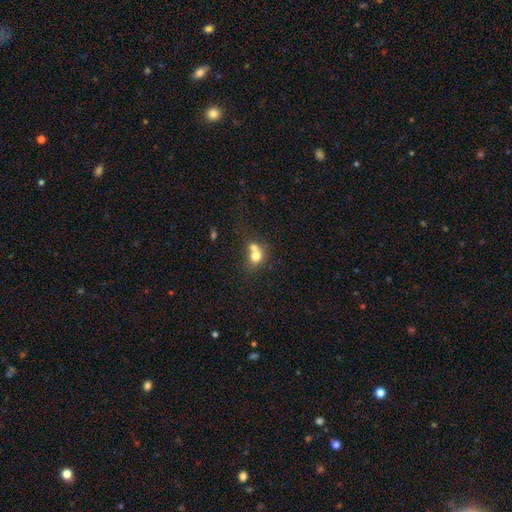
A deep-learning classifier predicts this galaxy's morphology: Smooth or featured? Predicted: smooth (p=0.72). How rounded? Predicted: round (p=0.67). Merging? Predicted: merger (p=0.61).